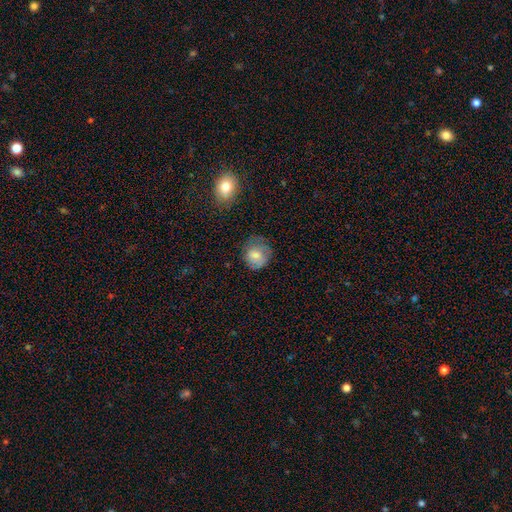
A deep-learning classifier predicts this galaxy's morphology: This is likely a smooth galaxy (74%). How rounded: clearly round (81%). Merging: likely none (61%).